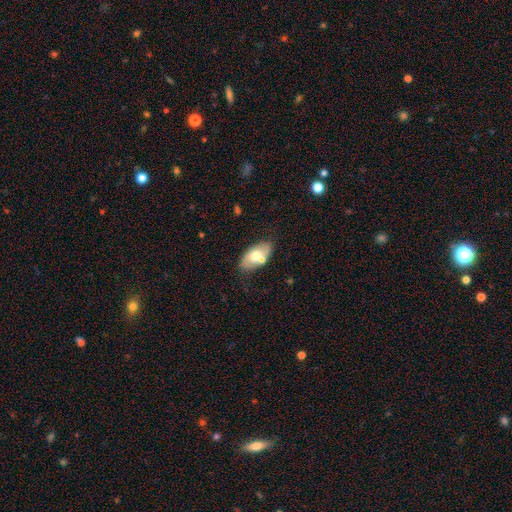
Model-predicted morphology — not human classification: smooth-or-featured: smooth: 59% | featured or disk: 34% | star or artifact: 7%
  how-rounded: in between: 92% | round: 5% | cigar-shaped: 3%
  merging: none: 64% | merger: 16% | minor disturbance: 16% | major disturbance: 4%